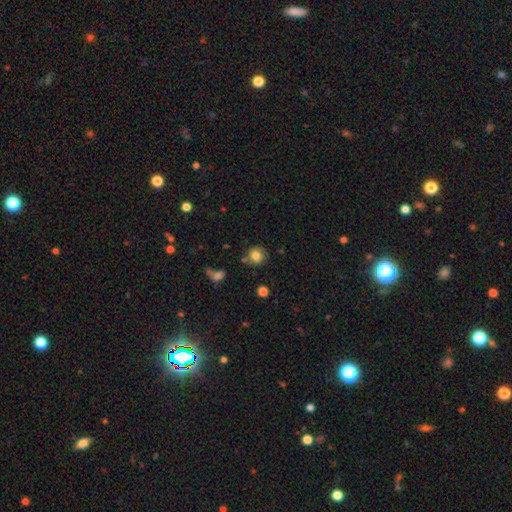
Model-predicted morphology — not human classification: smooth 80%, star or artifact 11%, featured or disk 10%. Down the decision tree: how rounded — round (85%); merging — none (73%).